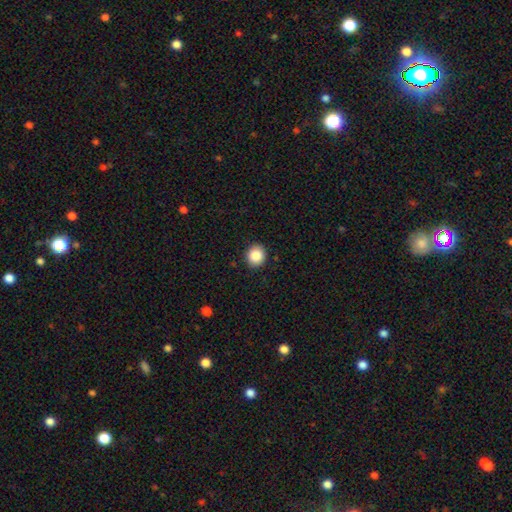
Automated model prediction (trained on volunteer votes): Smooth or featured? Predicted: smooth (p=0.87). How rounded? Predicted: round (p=0.81). Merging? Predicted: none (p=0.91).